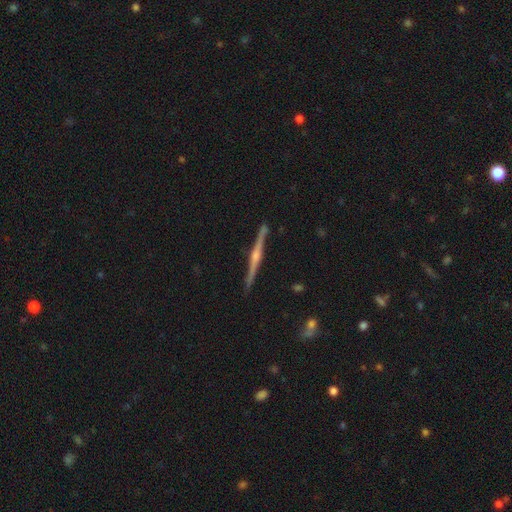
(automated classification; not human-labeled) This appears to be a featured or disk galaxy (81%) viewed edge-on (98%) with a rounded central bulge (84%). Merging: none (89%).